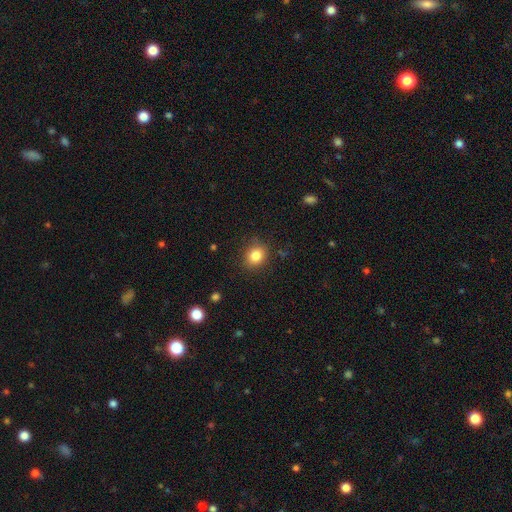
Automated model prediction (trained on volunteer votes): Q: Smooth or featured?
A: smooth (83%); runner-up: star or artifact (11%)
Q: How rounded?
A: round (64%); runner-up: in between (35%)
Q: Merging?
A: none (85%); runner-up: minor disturbance (11%)